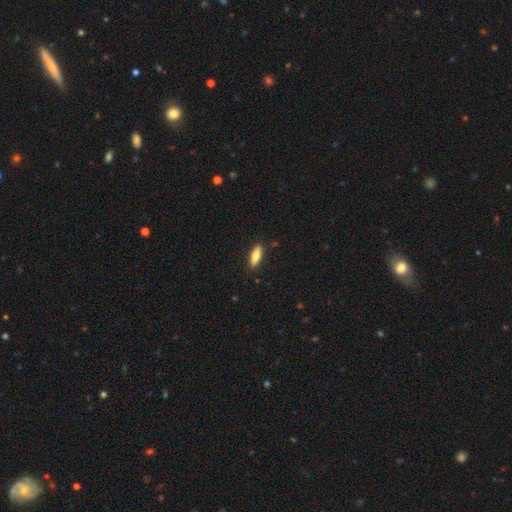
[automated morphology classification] Smooth or featured?
  - smooth: 78% *
  - featured or disk: 16%
  - star or artifact: 6%
How rounded?
  - in between: 53% *
  - cigar-shaped: 45%
  - round: 2%
Merging?
  - none: 87% *
  - minor disturbance: 10%
  - major disturbance: 2%
  - merger: 1%